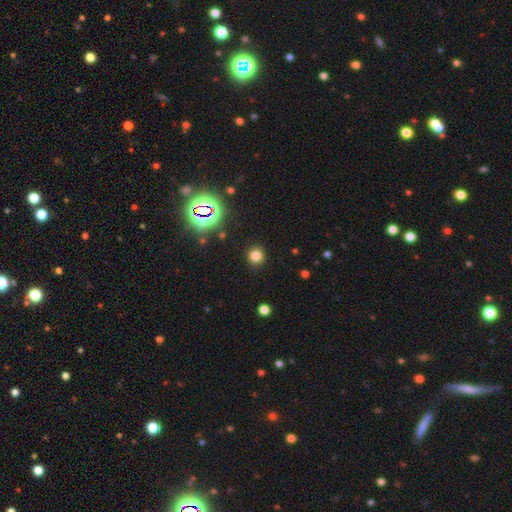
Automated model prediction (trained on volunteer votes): This appears to be a smooth galaxy with no disk features (76%) that is round (92%). Merging: none (91%).